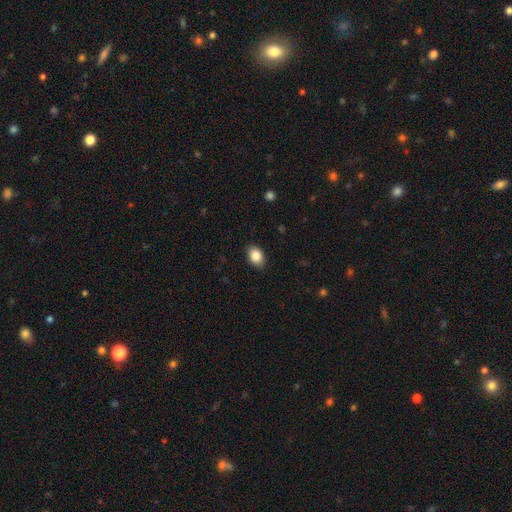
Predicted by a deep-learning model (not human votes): smooth_or_featured: smooth (p=0.86) [alt: star or artifact p=0.08]
how_rounded: in between (p=0.76) [alt: round p=0.23]
merging: none (p=0.86) [alt: minor disturbance p=0.11]